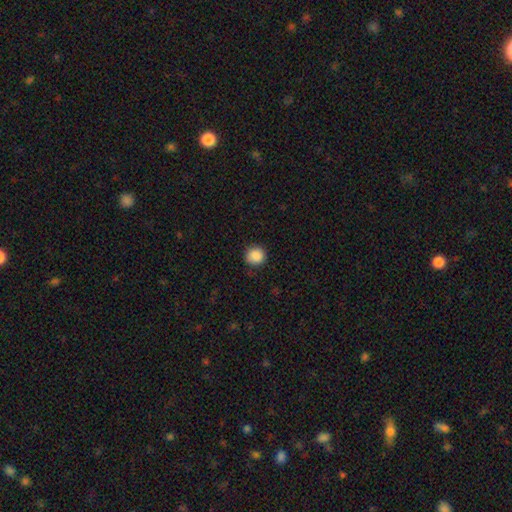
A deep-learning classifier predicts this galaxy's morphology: A smooth galaxy with no disk features (89%) that is round (91%).

Vote fractions:
- Smooth or featured? smooth: 89% / star or artifact: 9% / featured or disk: 3%
- How rounded? round: 91% / in between: 8% / cigar-shaped: 1%
- Merging? none: 87% / minor disturbance: 9% / major disturbance: 2% / merger: 1%